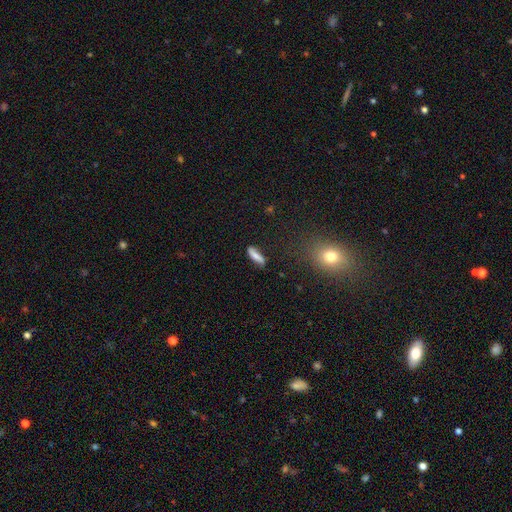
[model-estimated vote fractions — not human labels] Smooth or featured?
  - smooth: 74% *
  - featured or disk: 17%
  - star or artifact: 9%
How rounded?
  - cigar-shaped: 65% *
  - in between: 32%
  - round: 3%
Merging?
  - none: 71% *
  - minor disturbance: 19%
  - major disturbance: 6%
  - merger: 4%